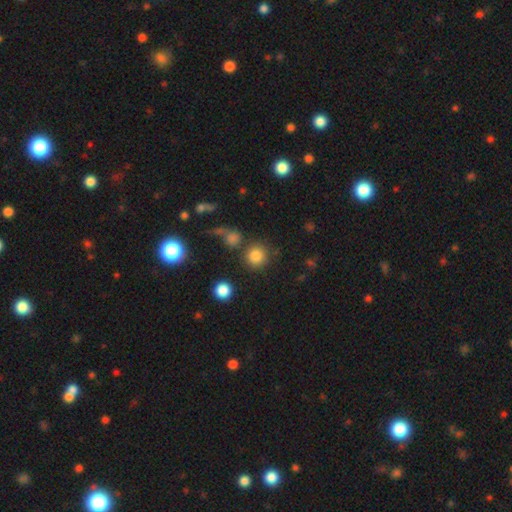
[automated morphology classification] Smooth or featured? Predicted: smooth (p=0.81). How rounded? Predicted: round (p=0.92). Merging? Predicted: none (p=0.77).